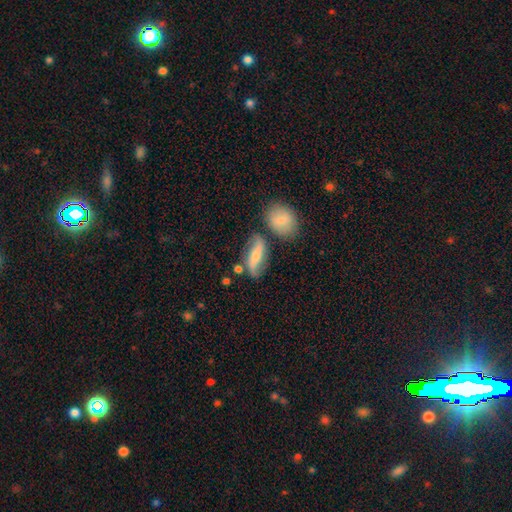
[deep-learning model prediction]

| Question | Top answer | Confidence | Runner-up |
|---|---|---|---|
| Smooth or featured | featured or disk | 48% | smooth (44%) |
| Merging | none | 65% | minor disturbance (18%) |